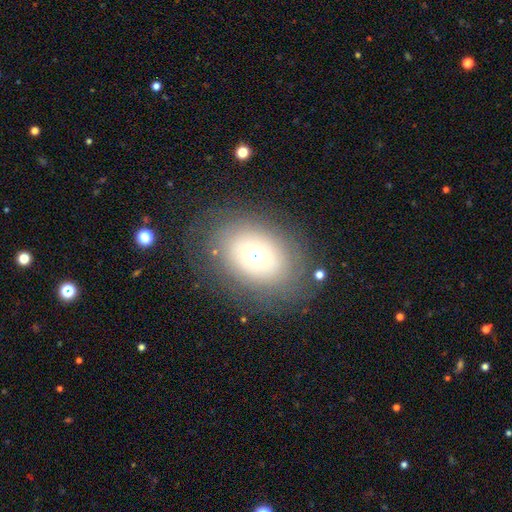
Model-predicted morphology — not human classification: Q: Smooth or featured?
A: smooth (56%); runner-up: featured or disk (29%)
Q: How rounded?
A: in between (68%); runner-up: round (31%)
Q: Merging?
A: none (71%); runner-up: minor disturbance (15%)